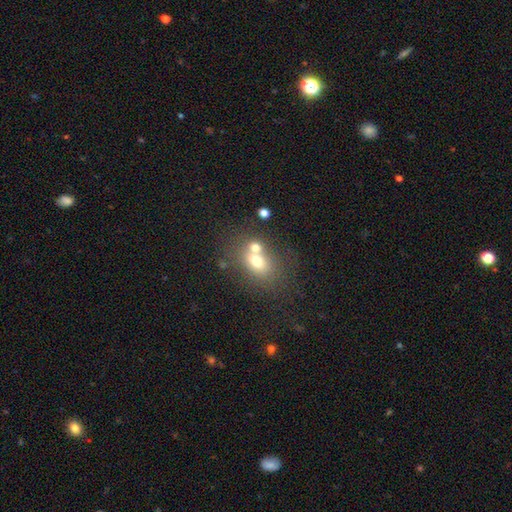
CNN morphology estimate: smooth_or_featured: smooth (p=0.64) [alt: featured or disk p=0.21]
how_rounded: in between (p=0.56) [alt: round p=0.42]
merging: merger (p=0.43) [alt: none p=0.41]